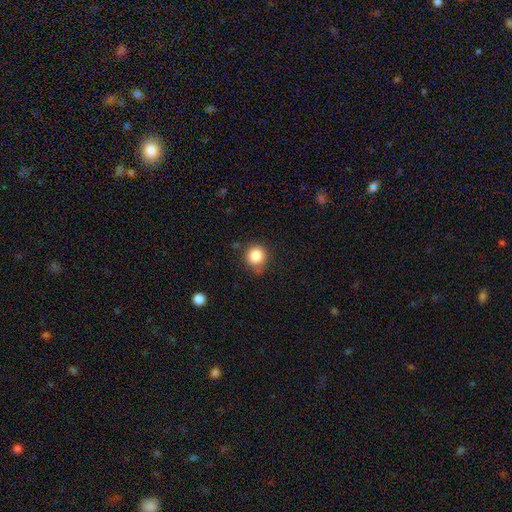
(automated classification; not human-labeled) A smooth galaxy with no disk features (84%) that is round (90%). Merging: none (78%).